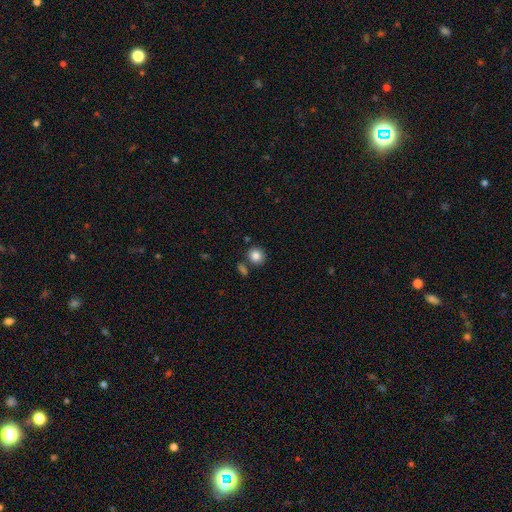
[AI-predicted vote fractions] Morphology: type=smooth (85%); roundness=round (84%); merging=none (79%).